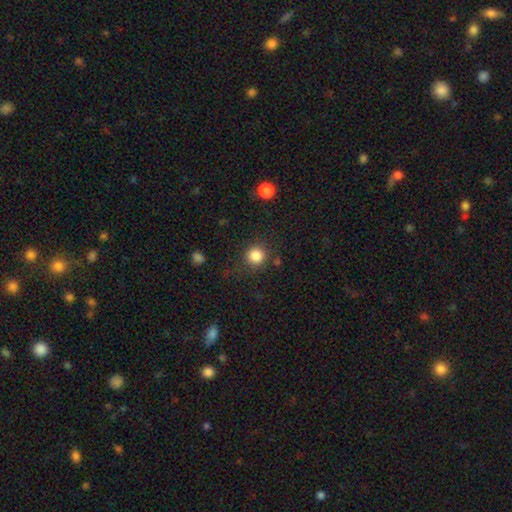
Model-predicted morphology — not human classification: A smooth galaxy with no disk features (85%) that is round (93%). Merging: none (83%).